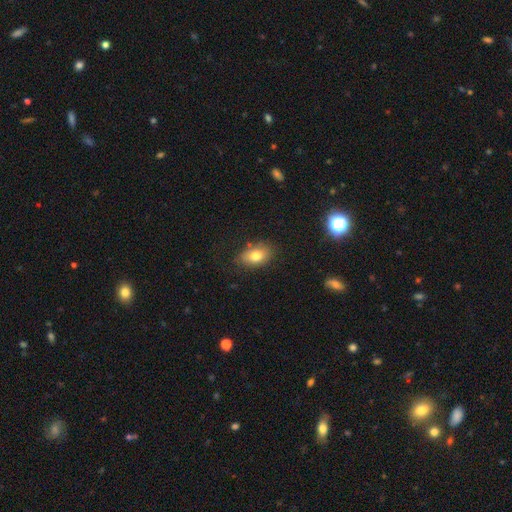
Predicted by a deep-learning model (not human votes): This appears to be a smooth galaxy with no disk features (77%) that is in between round and cigar-shaped (86%). Merging: none (79%).